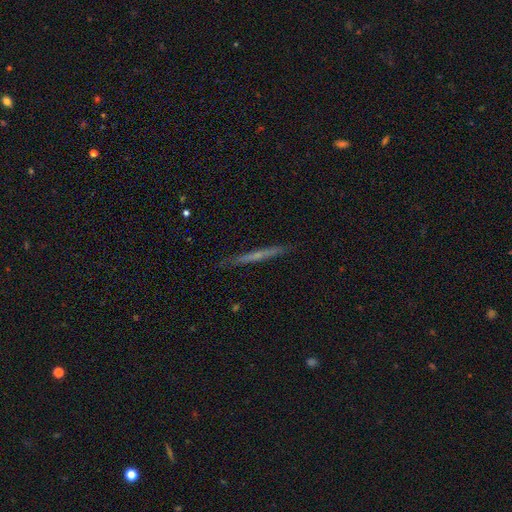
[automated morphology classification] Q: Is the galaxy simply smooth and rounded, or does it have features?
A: featured or disk — 54%.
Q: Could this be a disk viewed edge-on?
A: yes — 96%.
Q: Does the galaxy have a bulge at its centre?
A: none — 76%.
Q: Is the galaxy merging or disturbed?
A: none — 89%.